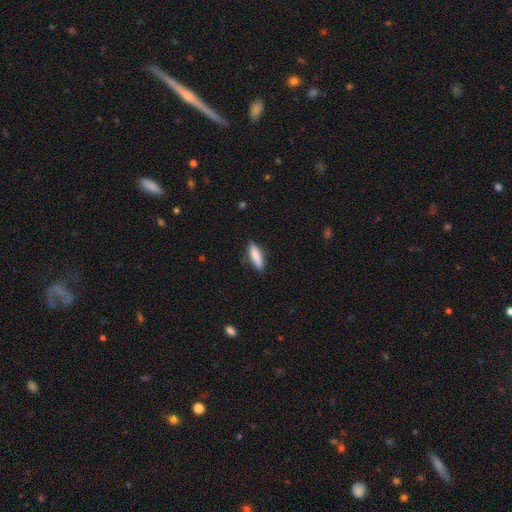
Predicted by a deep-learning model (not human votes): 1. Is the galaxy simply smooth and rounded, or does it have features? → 83% smooth, 11% featured or disk, 6% star or artifact.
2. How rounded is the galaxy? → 59% cigar-shaped, 39% in between, 2% round.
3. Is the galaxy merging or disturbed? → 80% none, 16% minor disturbance, 3% major disturbance, 2% merger.